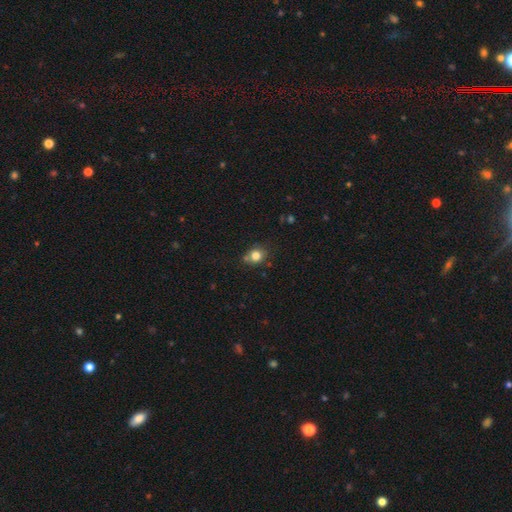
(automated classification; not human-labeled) Smooth or featured? Predicted: smooth (p=0.80). How rounded? Predicted: round (p=0.70). Merging? Predicted: none (p=0.68).